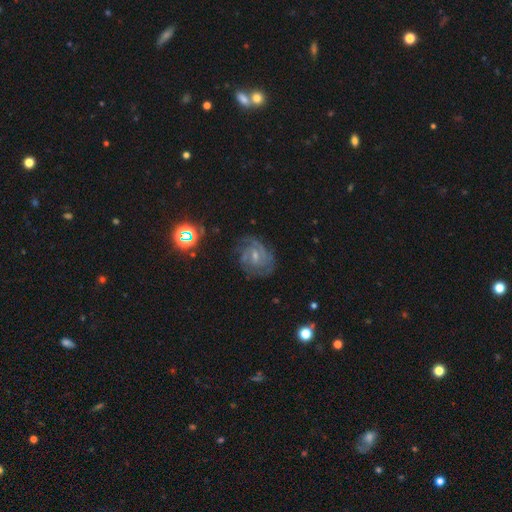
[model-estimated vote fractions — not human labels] This appears to be a featured or disk galaxy (79%) with a weak bar (55%), can't tell (31%, tied with 2) tight (58%) spiral arms (94%) and a small central bulge (60%). Merging: none (69%).